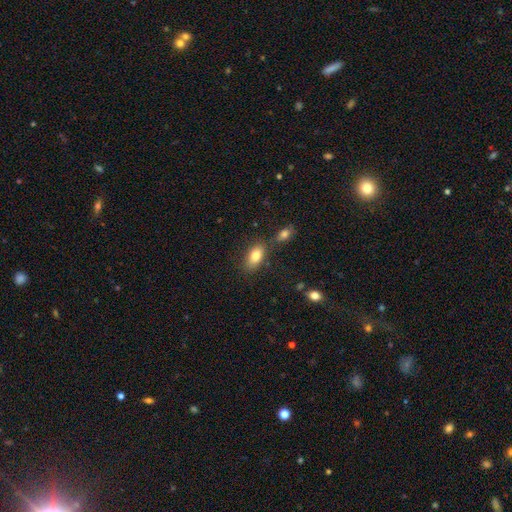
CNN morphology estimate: This is clearly a smooth galaxy (81%). How rounded: clearly in between (89%). Merging: likely none (73%).